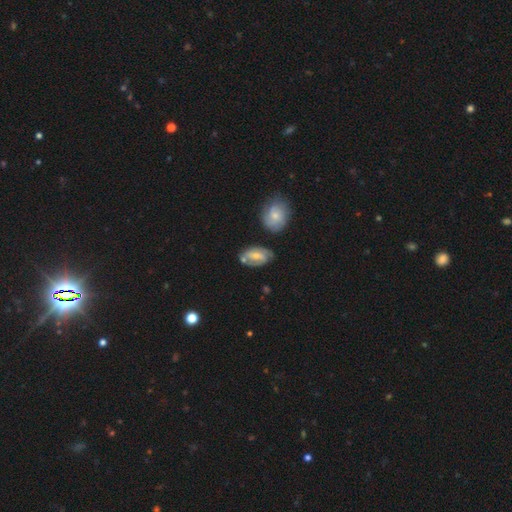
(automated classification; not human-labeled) A featured or disk galaxy (60%) with a weak bar (46%), spiral arms (79%) and a small central bulge (53%). Merging: none (61%).